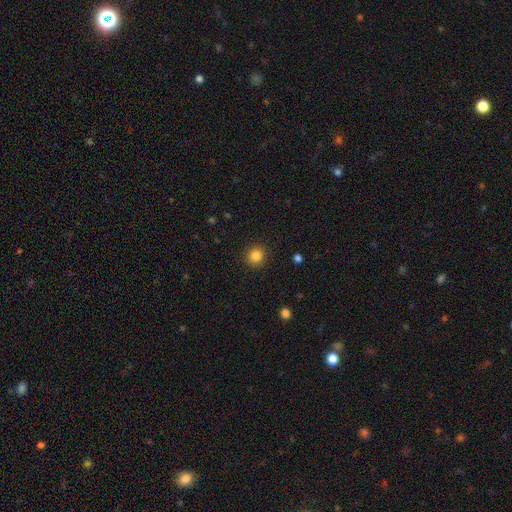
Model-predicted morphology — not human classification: A smooth galaxy with no disk features (85%) that is round (91%). Merging: none (91%).